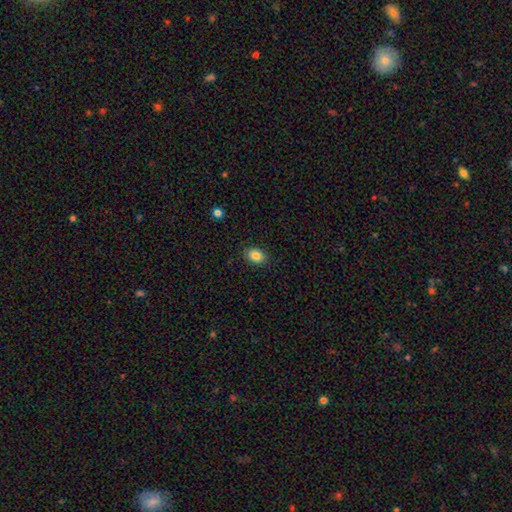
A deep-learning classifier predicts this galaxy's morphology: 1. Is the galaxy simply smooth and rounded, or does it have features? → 85% smooth, 9% star or artifact, 6% featured or disk.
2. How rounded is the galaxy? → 74% in between, 25% round, 1% cigar-shaped.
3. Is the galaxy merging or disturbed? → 88% none, 9% minor disturbance, 2% major disturbance, 1% merger.